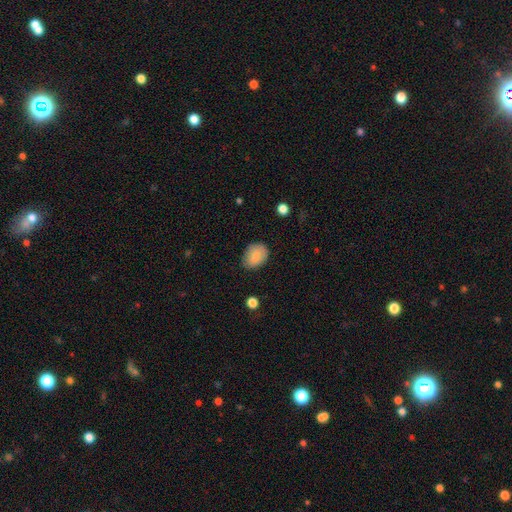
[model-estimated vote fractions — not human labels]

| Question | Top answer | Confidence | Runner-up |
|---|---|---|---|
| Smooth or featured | smooth | 83% | featured or disk (9%) |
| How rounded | in between | 67% | round (32%) |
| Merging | none | 75% | minor disturbance (20%) |